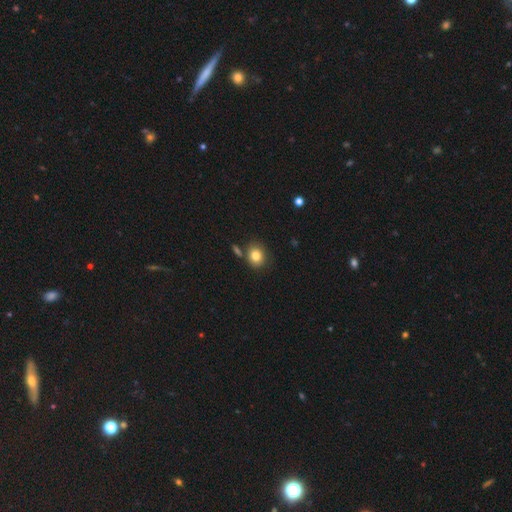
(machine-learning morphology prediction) The model was most divided on "how rounded": round: 68%, in between: 31%, cigar-shaped: 1%. More confident: smooth or featured — smooth (82%); merging — none (74%).